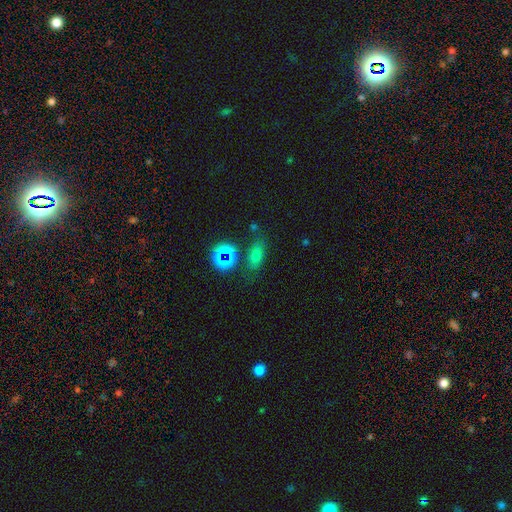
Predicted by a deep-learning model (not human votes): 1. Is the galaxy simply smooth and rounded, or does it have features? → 62% smooth, 25% star or artifact, 13% featured or disk.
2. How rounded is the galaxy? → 72% in between, 16% round, 13% cigar-shaped.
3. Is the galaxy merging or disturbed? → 72% none, 15% minor disturbance, 8% merger, 5% major disturbance.